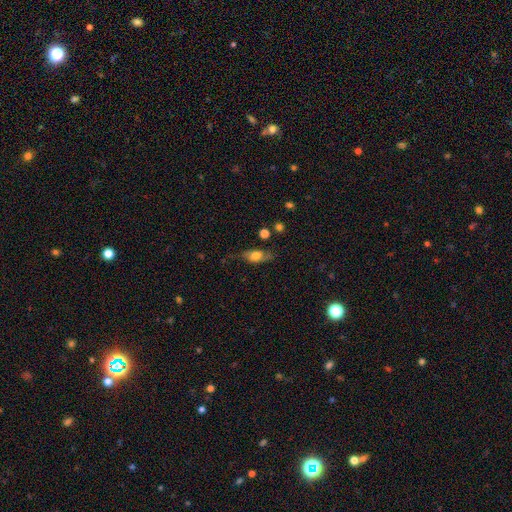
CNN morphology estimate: Smooth or featured: smooth — 55% (featured or disk — 37%)
How rounded: in between — 75% (cigar-shaped — 16%)
Merging: none — 62% (minor disturbance — 25%)